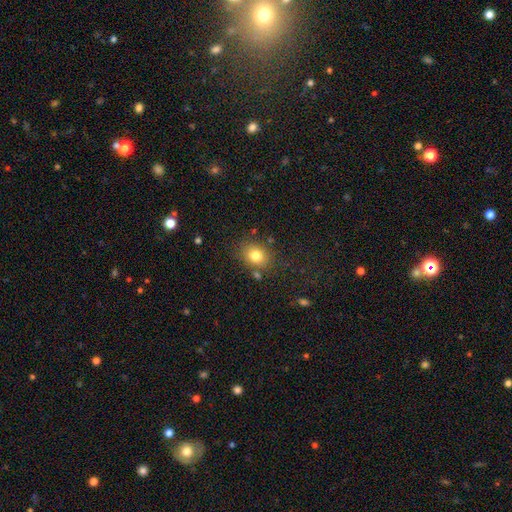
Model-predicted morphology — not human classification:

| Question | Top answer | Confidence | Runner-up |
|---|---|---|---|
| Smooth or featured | smooth | 79% | star or artifact (12%) |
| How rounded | round | 54% | in between (45%) |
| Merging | none | 78% | minor disturbance (13%) |